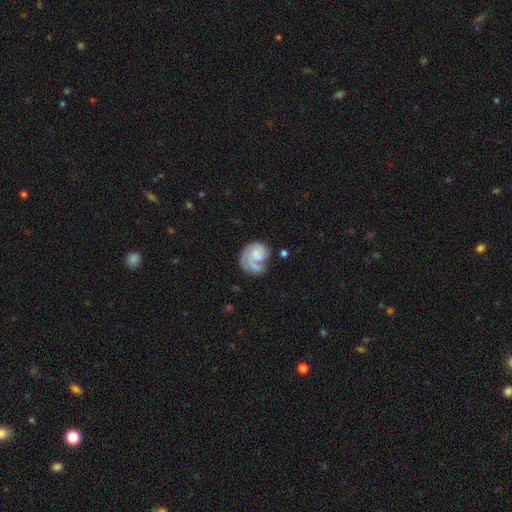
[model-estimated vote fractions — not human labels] A featured or disk galaxy (67%) with no bar (70%), 1 (42%) tight (51%) spiral arms (88%) and no central bulge (41%). Merging: none (45%).